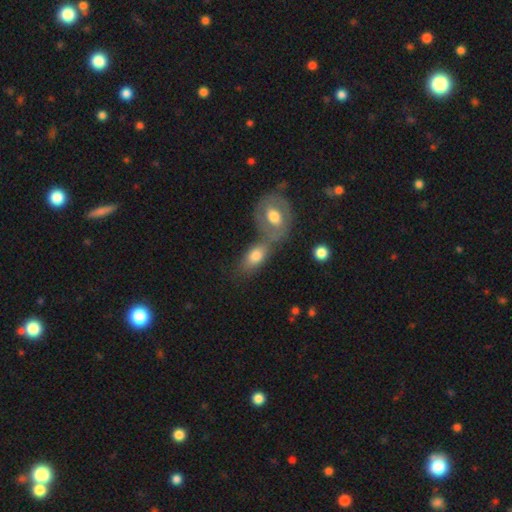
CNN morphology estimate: smooth_or_featured: smooth (p=0.71) [alt: featured or disk p=0.22]
how_rounded: in between (p=0.85) [alt: round p=0.10]
merging: merger (p=0.48) [alt: none p=0.35]